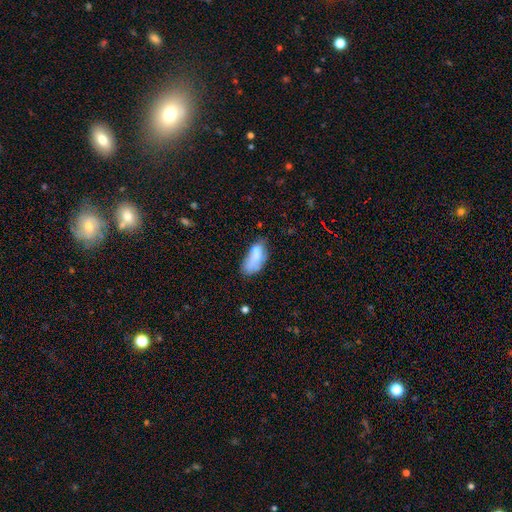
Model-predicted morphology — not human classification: This is likely a smooth galaxy (68%). How rounded: clearly in between (88%). Merging: marginally none (33%).